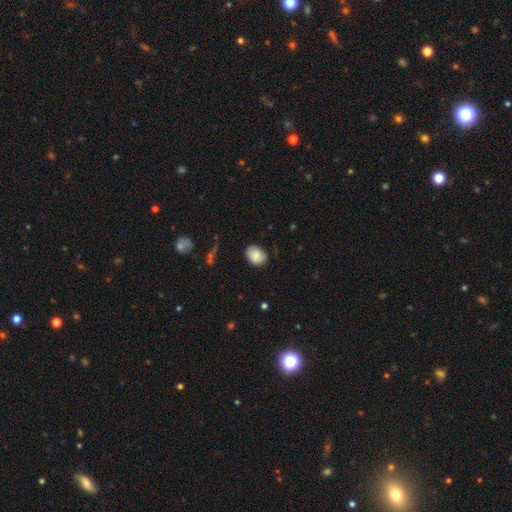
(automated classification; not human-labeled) smooth_or_featured: smooth (p=0.85) [alt: featured or disk p=0.08]
how_rounded: in between (p=0.68) [alt: round p=0.31]
merging: none (p=0.77) [alt: minor disturbance p=0.18]